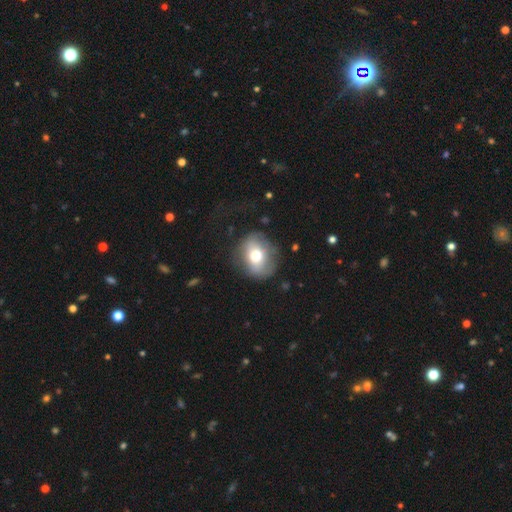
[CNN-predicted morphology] Smooth or featured?
  - smooth: 61% *
  - featured or disk: 30%
  - star or artifact: 9%
How rounded?
  - round: 59% *
  - in between: 39%
  - cigar-shaped: 1%
Merging?
  - none: 74% *
  - minor disturbance: 17%
  - major disturbance: 8%
  - merger: 2%